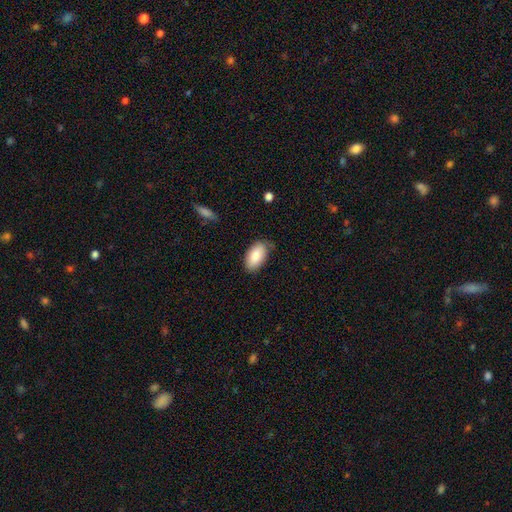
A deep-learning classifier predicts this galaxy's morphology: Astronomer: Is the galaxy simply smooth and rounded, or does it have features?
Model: smooth — 84%.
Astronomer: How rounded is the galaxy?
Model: in between — 94%.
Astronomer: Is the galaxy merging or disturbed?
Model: none — 75%.